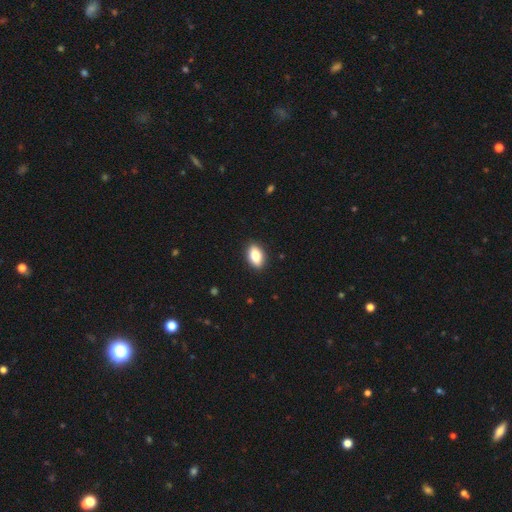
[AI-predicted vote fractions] Smooth or featured: smooth — 84% (featured or disk — 8%)
How rounded: in between — 90% (round — 7%)
Merging: none — 89% (minor disturbance — 8%)